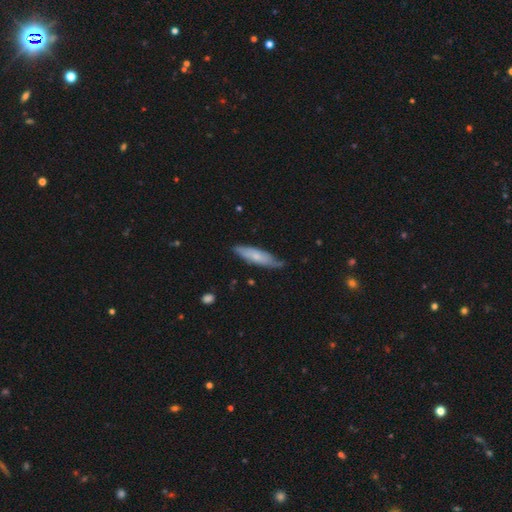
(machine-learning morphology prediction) smooth_or_featured: smooth (p=0.59) [alt: featured or disk p=0.36]
how_rounded: cigar-shaped (p=0.65) [alt: in between p=0.33]
merging: none (p=0.68) [alt: minor disturbance p=0.26]